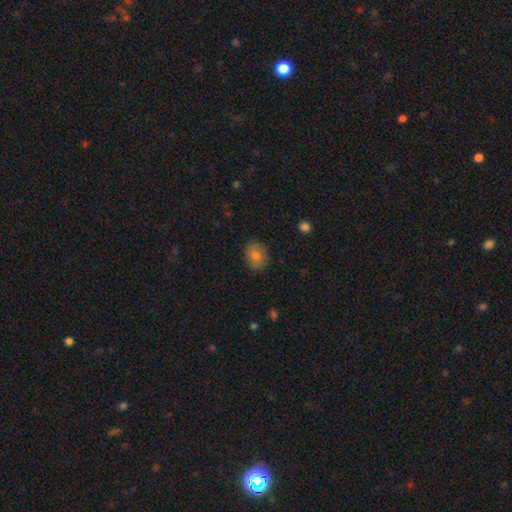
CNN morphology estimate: smooth-or-featured: smooth: 77% | featured or disk: 13% | star or artifact: 10%
  how-rounded: round: 50% | in between: 49% | cigar-shaped: 1%
  merging: none: 87% | minor disturbance: 10% | major disturbance: 2% | merger: 1%